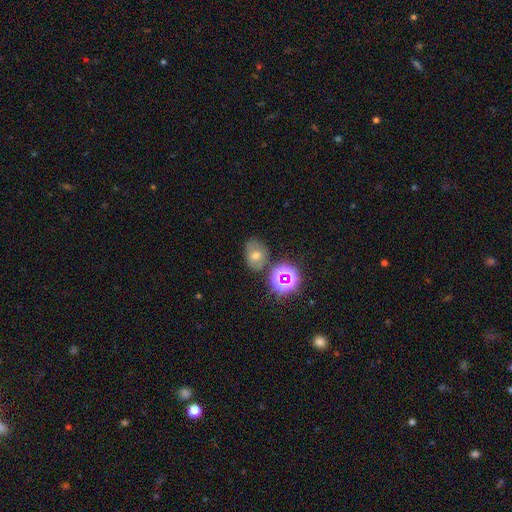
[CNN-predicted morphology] Overall: smooth (47%; star or artifact 29%). Merging: none (70%).